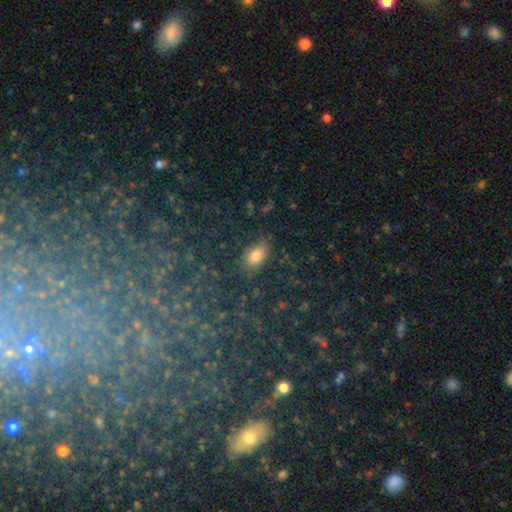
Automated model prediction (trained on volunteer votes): This is likely a smooth galaxy (68%). How rounded: clearly in between (84%). Merging: likely none (74%).